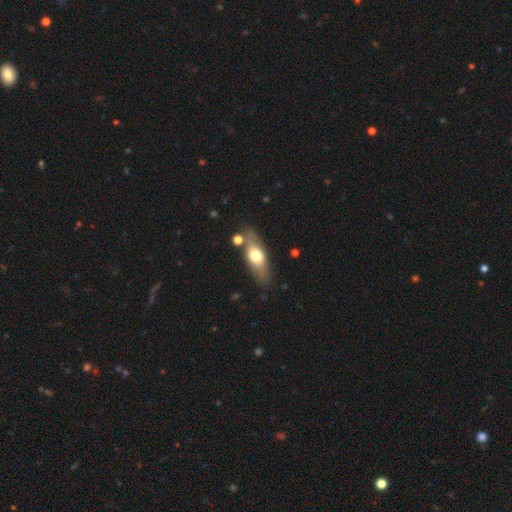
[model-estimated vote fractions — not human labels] smooth-or-featured: smooth: 58% | featured or disk: 36% | star or artifact: 6%
  how-rounded: in between: 64% | cigar-shaped: 32% | round: 4%
  merging: none: 78% | minor disturbance: 13% | merger: 6% | major disturbance: 4%